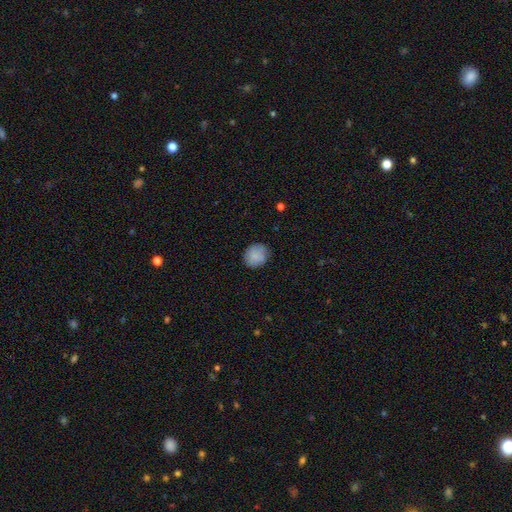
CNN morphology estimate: type=smooth (83%); roundness=round (70%); merging=none (75%).